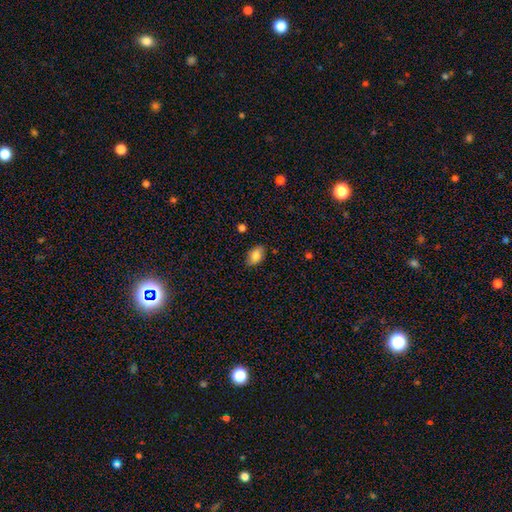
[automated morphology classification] smooth-or-featured: smooth: 82% | featured or disk: 10% | star or artifact: 8%
  how-rounded: in between: 91% | round: 7% | cigar-shaped: 2%
  merging: none: 82% | minor disturbance: 14% | major disturbance: 3% | merger: 1%